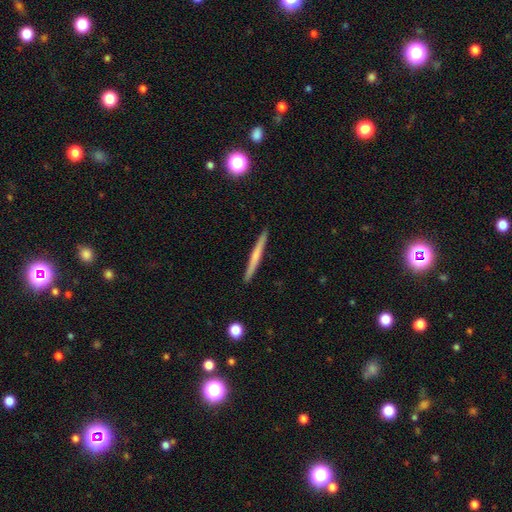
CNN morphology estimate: A smooth galaxy with no disk features (50%). Merging: none (92%).